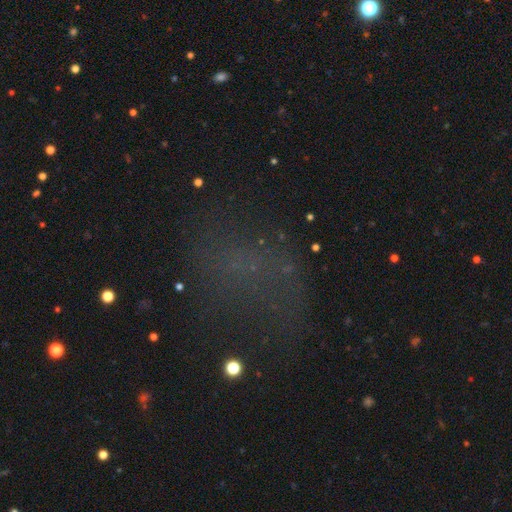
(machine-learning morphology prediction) type=star or artifact (44%).